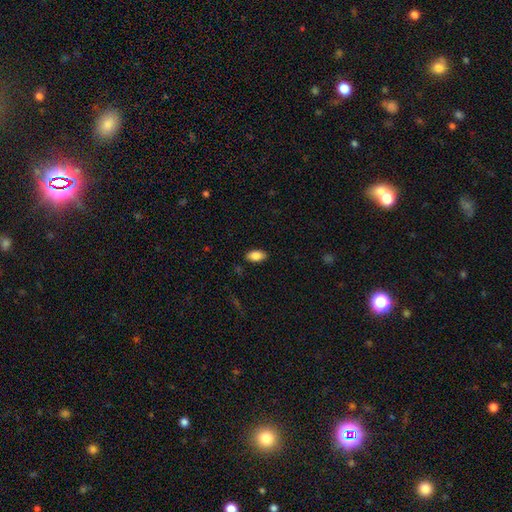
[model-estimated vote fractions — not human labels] A smooth galaxy with no disk features (86%) that is in between round and cigar-shaped (92%).

Vote fractions:
- Smooth or featured? smooth: 86% / star or artifact: 8% / featured or disk: 6%
- How rounded? in between: 92% / round: 5% / cigar-shaped: 2%
- Merging? none: 86% / minor disturbance: 10% / major disturbance: 2% / merger: 1%